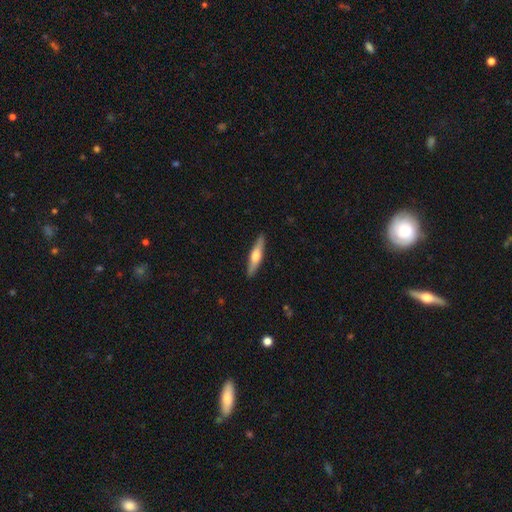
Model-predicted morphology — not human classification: The model was most divided on "smooth or featured": featured or disk: 54%, smooth: 41%, star or artifact: 5%. More confident: edge-on disk — yes (95%); merging — none (90%); edge-on bulge — rounded (90%).